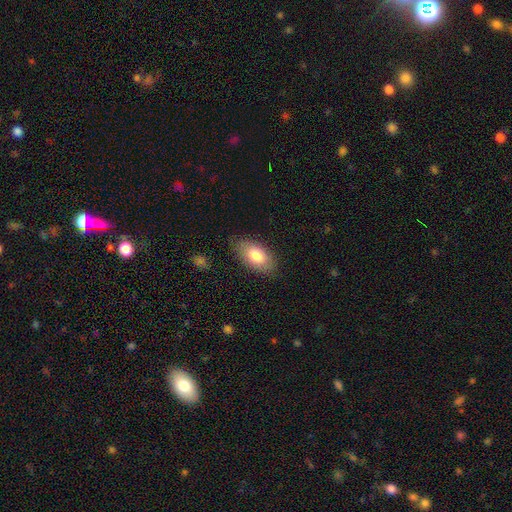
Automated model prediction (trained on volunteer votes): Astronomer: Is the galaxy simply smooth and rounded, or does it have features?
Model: smooth — 79%.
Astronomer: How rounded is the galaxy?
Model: in between — 93%.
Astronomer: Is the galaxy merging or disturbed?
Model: none — 82%.